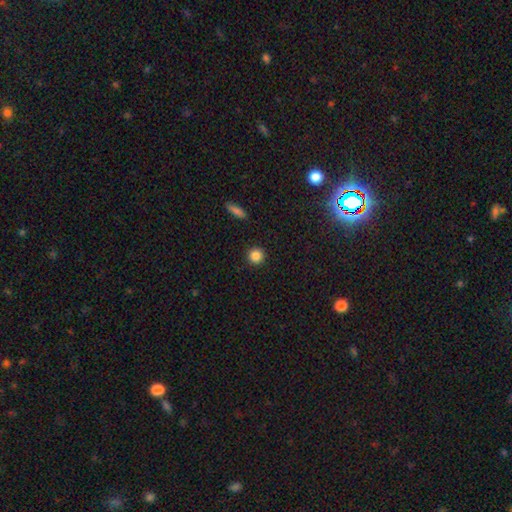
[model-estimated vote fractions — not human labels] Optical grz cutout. It shows a smooth galaxy with no disk features (85%) that is round (95%). Merging: none (92%).